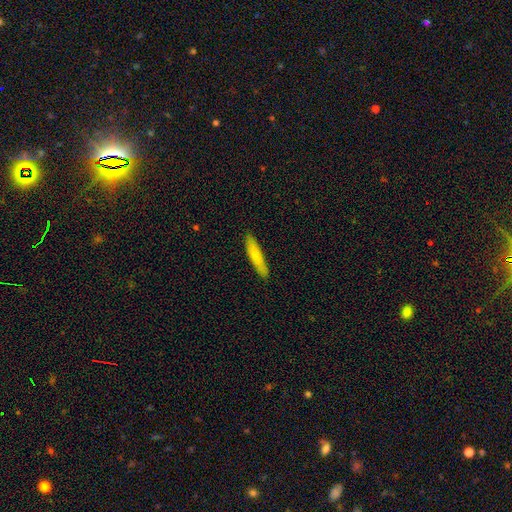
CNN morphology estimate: smooth_or_featured: smooth (p=0.78) [alt: featured or disk p=0.16]
how_rounded: cigar-shaped (p=0.86) [alt: in between p=0.13]
merging: none (p=0.89) [alt: minor disturbance p=0.08]